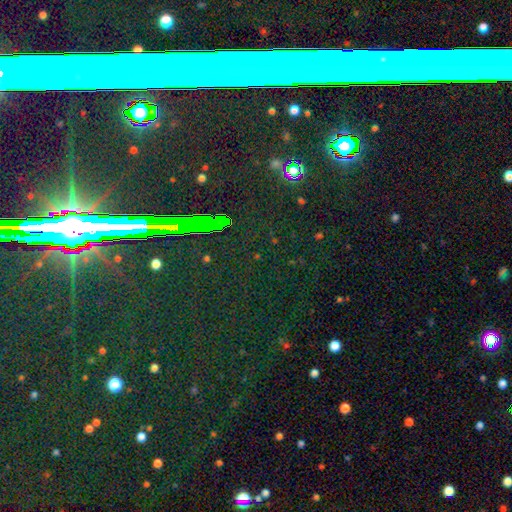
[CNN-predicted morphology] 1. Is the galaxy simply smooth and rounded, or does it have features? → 79% star or artifact, 11% featured or disk, 10% smooth.